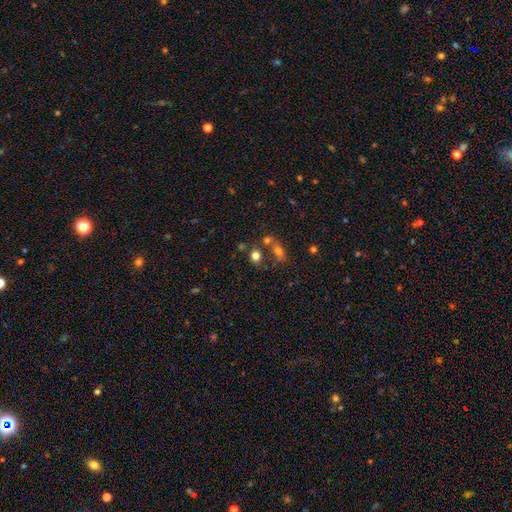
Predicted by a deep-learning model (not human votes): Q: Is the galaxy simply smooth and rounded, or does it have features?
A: smooth — 74%.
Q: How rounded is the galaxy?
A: round — 70%.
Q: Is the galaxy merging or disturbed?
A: none — 55%.